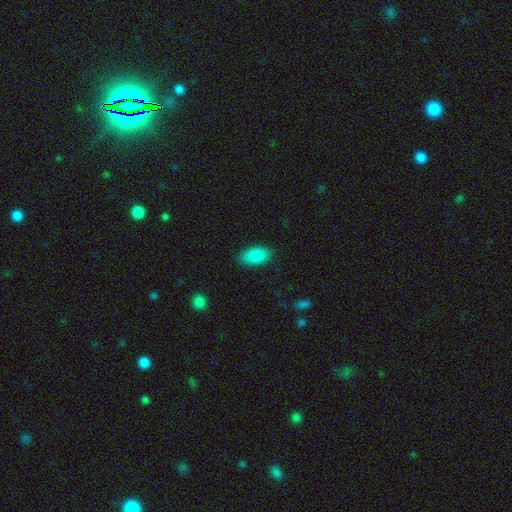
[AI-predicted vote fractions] This appears to be a smooth galaxy with no disk features (87%) that is in between round and cigar-shaped (94%). Merging: none (86%).